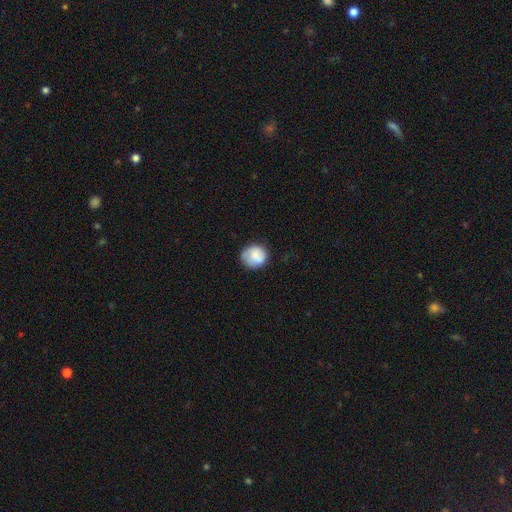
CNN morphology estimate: smooth_or_featured: smooth (p=0.78) [alt: featured or disk p=0.15]
how_rounded: round (p=0.86) [alt: in between p=0.13]
merging: none (p=0.70) [alt: minor disturbance p=0.22]